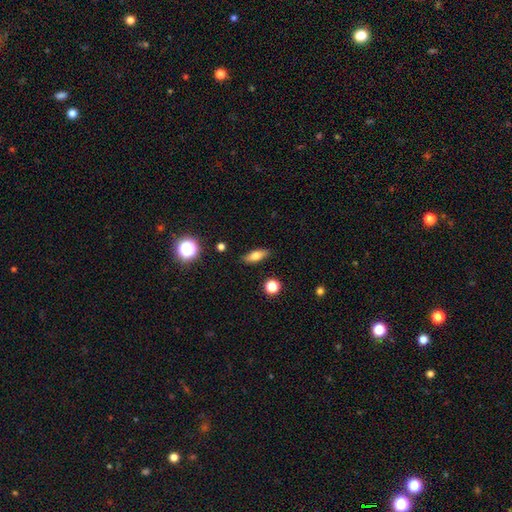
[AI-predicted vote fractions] The model was most divided on "how rounded": in between: 64%, cigar-shaped: 30%, round: 6%. More confident: merging — none (87%); smooth or featured — smooth (68%).